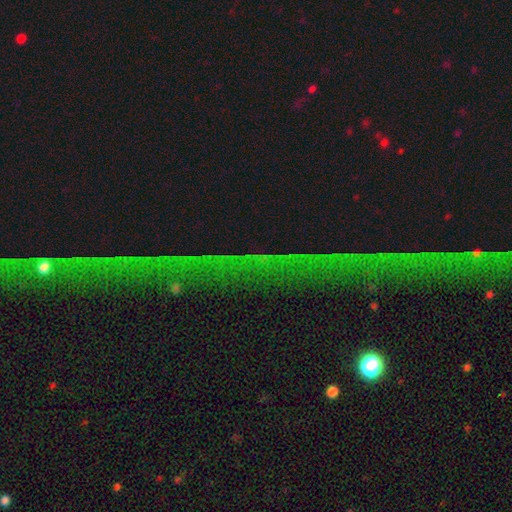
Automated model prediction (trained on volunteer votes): smooth-or-featured: star or artifact: 83% | featured or disk: 10% | smooth: 7%